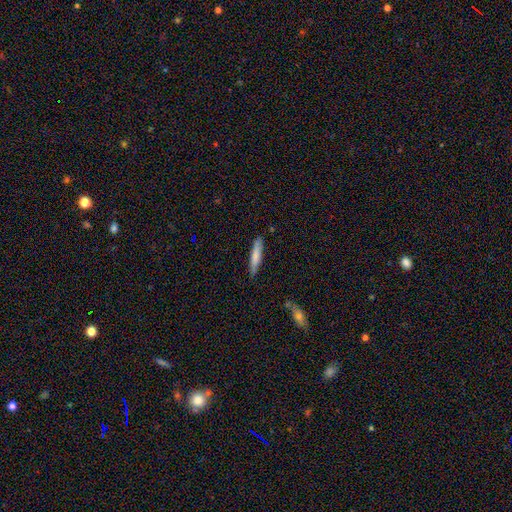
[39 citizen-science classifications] Overall: smooth (74%). How rounded: cigar-shaped (97%). Merging: none (82%).